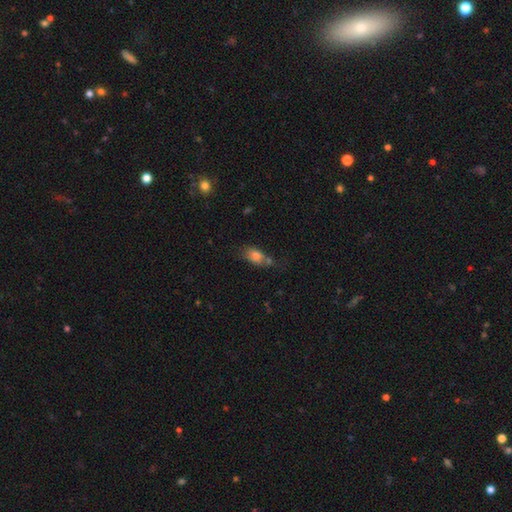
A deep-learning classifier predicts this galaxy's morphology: Smooth or featured: smooth — 76% (featured or disk — 15%)
How rounded: in between — 83% (round — 12%)
Merging: none — 41% (merger — 24%)